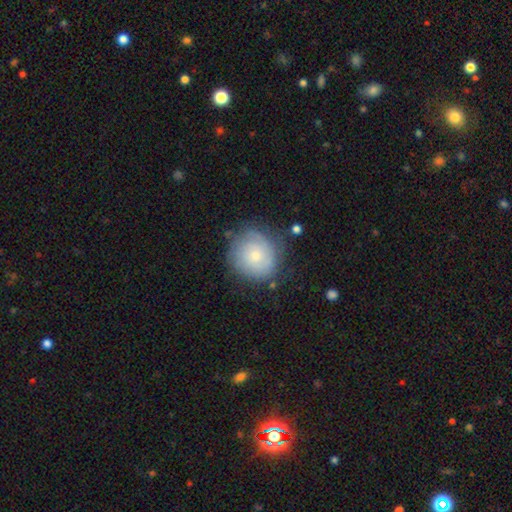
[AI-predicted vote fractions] This appears to be a smooth galaxy with no disk features (50%). Merging: none (73%).